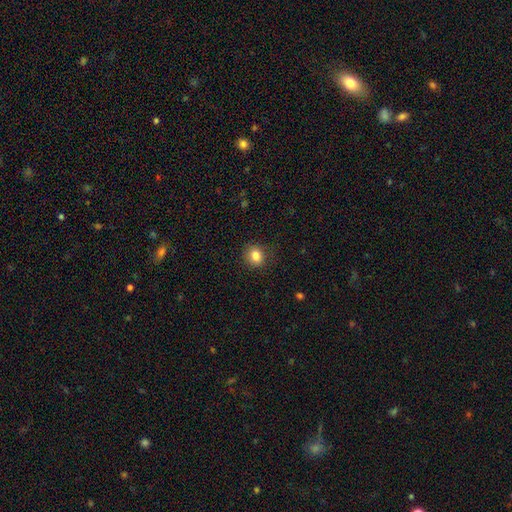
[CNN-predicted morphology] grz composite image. It shows a smooth galaxy with no disk features (83%) that is round (72%). Merging: none (85%).